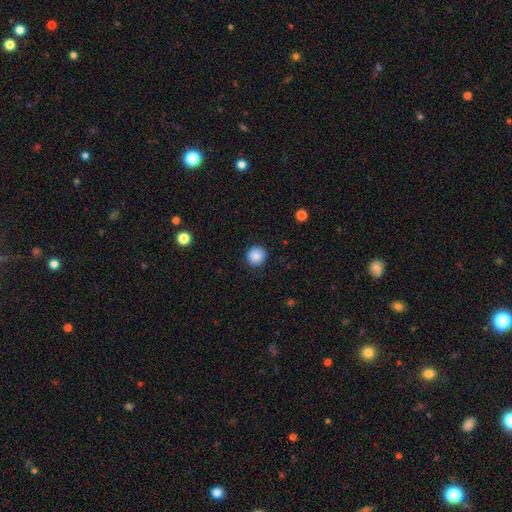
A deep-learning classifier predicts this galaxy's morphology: This appears to be a smooth galaxy with no disk features (87%) that is round (94%). Merging: none (90%).